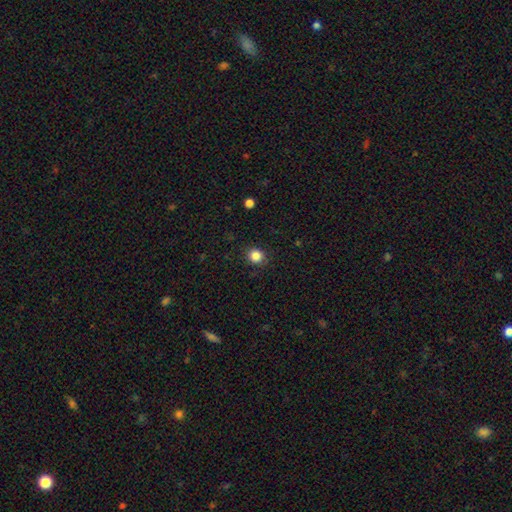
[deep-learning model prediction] smooth-or-featured: smooth: 85% | star or artifact: 11% | featured or disk: 4%
  how-rounded: round: 87% | in between: 12% | cigar-shaped: 1%
  merging: none: 89% | minor disturbance: 7% | major disturbance: 2% | merger: 1%